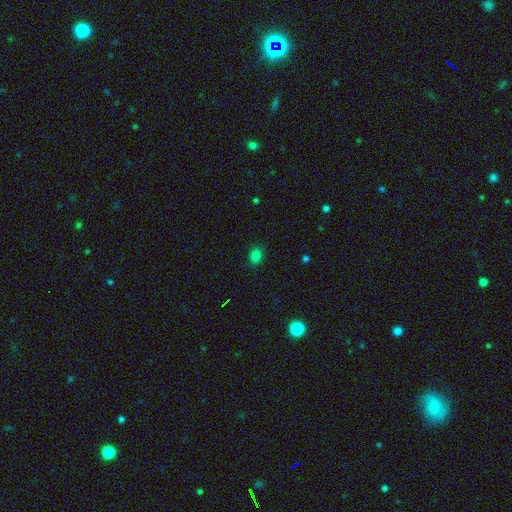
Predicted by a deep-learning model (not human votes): Overall: smooth (79%). How rounded: in between (60%; round 38%). Merging: none (83%).